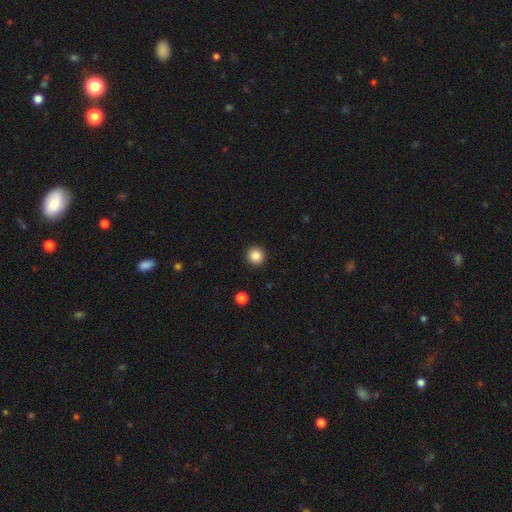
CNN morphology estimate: This appears to be a smooth galaxy with no disk features (86%) that is round (96%). Merging: none (93%).